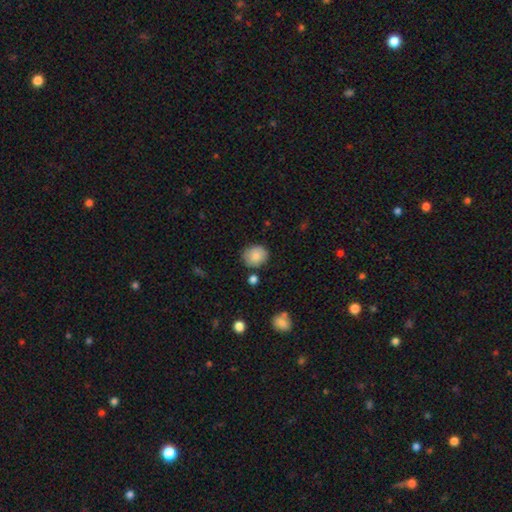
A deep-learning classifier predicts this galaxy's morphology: This is clearly a smooth galaxy (86%). How rounded: likely round (68%). Merging: likely none (78%).